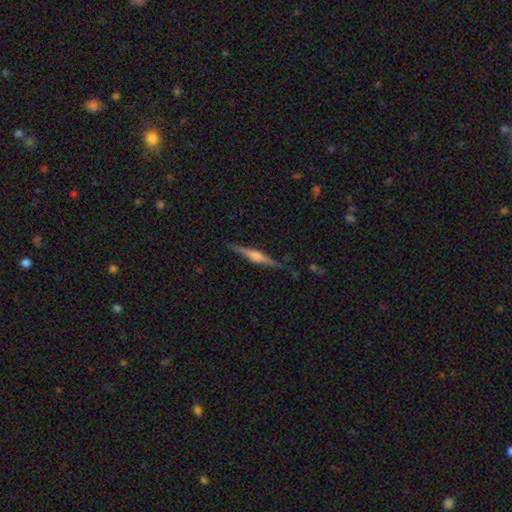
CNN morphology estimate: A featured or disk galaxy (82%) viewed edge-on (98%) with a rounded central bulge (83%). Merging: none (87%).